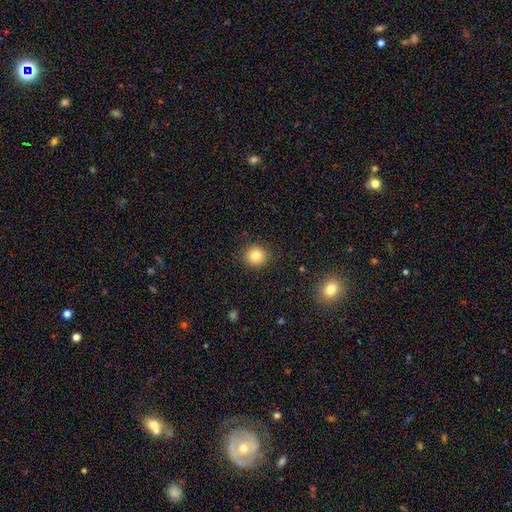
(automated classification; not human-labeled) smooth_or_featured: smooth (p=0.82) [alt: star or artifact p=0.11]
how_rounded: round (p=0.89) [alt: in between p=0.11]
merging: none (p=0.90) [alt: minor disturbance p=0.06]